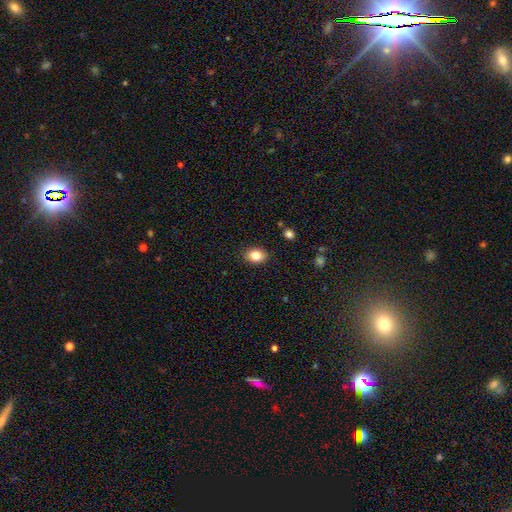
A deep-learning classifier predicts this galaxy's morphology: type=smooth (83%); roundness=in between (70%); merging=none (88%).